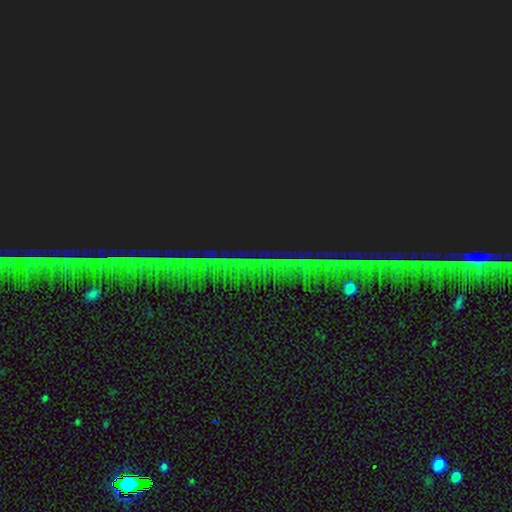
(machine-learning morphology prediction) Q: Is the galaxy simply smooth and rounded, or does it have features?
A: star or artifact — 85%.